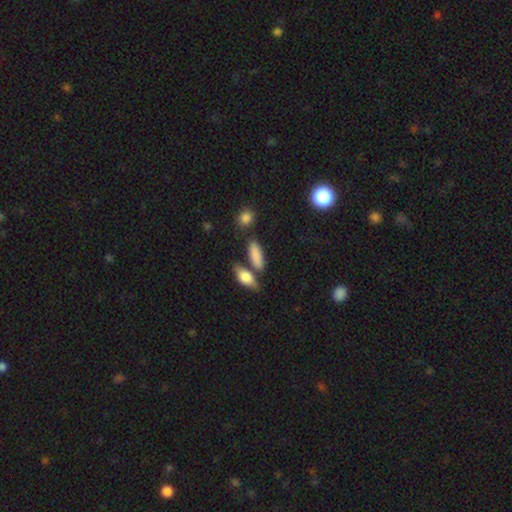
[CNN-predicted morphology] Smooth or featured? Predicted: smooth (p=0.84). How rounded? Predicted: in between (p=0.65). Merging? Predicted: none (p=0.65).